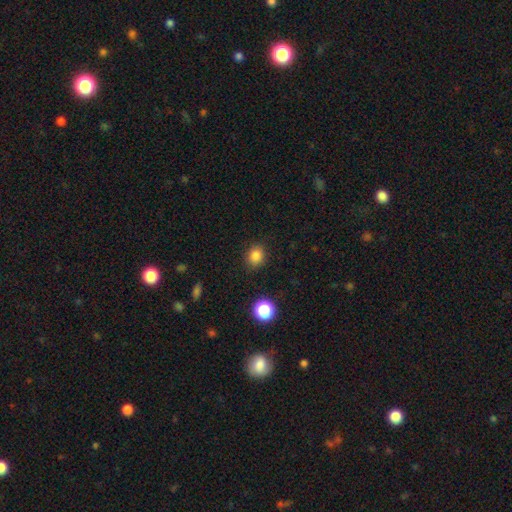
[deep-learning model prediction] A smooth galaxy with no disk features (83%) that is round (68%). Merging: none (87%).